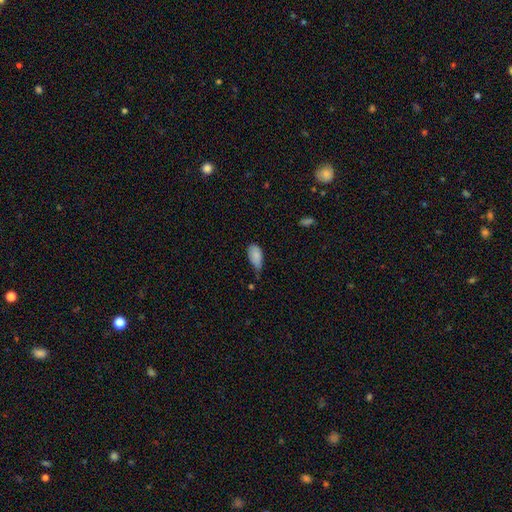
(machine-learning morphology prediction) A smooth galaxy with no disk features (84%) that is in between round and cigar-shaped (93%). Merging: minor disturbance (51%).